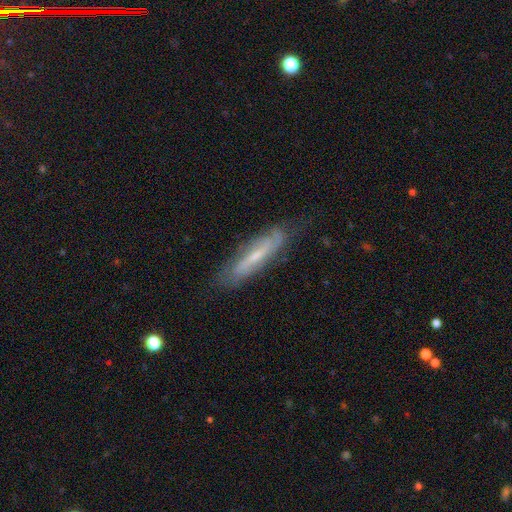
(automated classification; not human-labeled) Q: Smooth or featured?
A: featured or disk (66%); runner-up: smooth (27%)
Q: Edge-on disk?
A: no (60%); runner-up: yes (40%)
Q: Merging?
A: none (71%); runner-up: minor disturbance (21%)